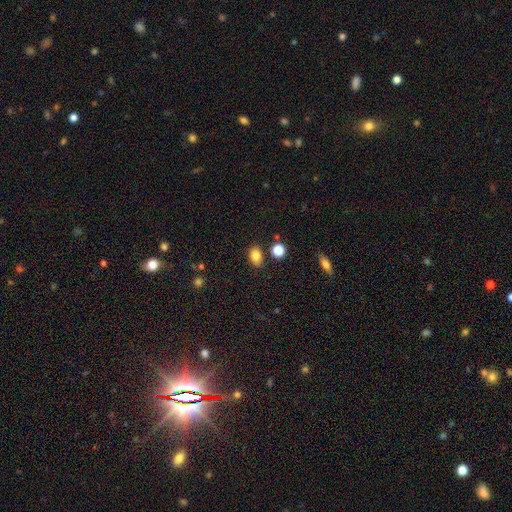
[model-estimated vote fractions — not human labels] Smooth or featured?
  - smooth: 82% *
  - star or artifact: 11%
  - featured or disk: 7%
How rounded?
  - in between: 69% *
  - round: 30%
  - cigar-shaped: 1%
Merging?
  - none: 79% *
  - minor disturbance: 13%
  - merger: 5%
  - major disturbance: 3%